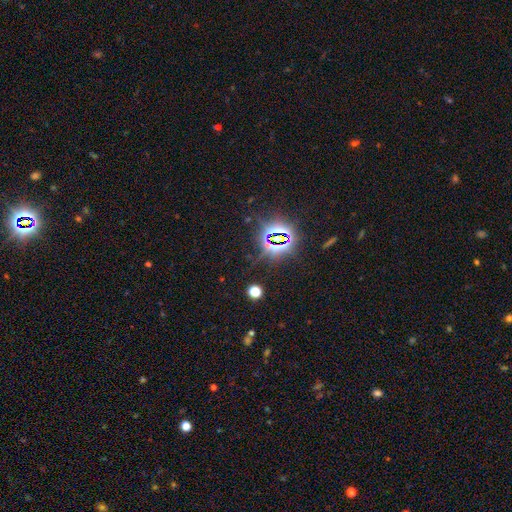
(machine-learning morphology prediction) The model was most divided on "smooth or featured": star or artifact: 81%, smooth: 12%, featured or disk: 7%.